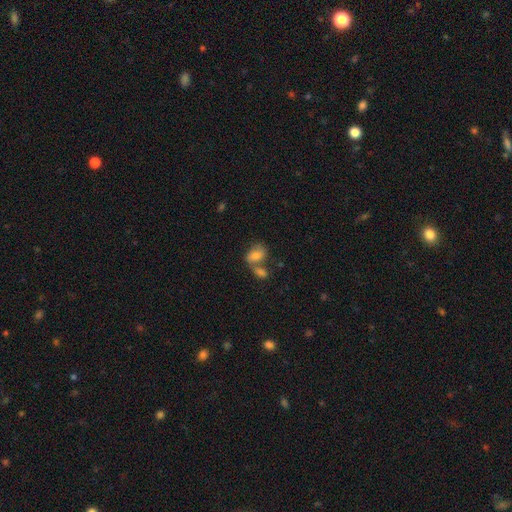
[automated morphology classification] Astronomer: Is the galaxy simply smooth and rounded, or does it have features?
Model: smooth — 74%.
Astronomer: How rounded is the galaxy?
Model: in between — 80%.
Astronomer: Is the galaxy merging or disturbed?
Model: merger — 48% (runner-up: none, 33%).